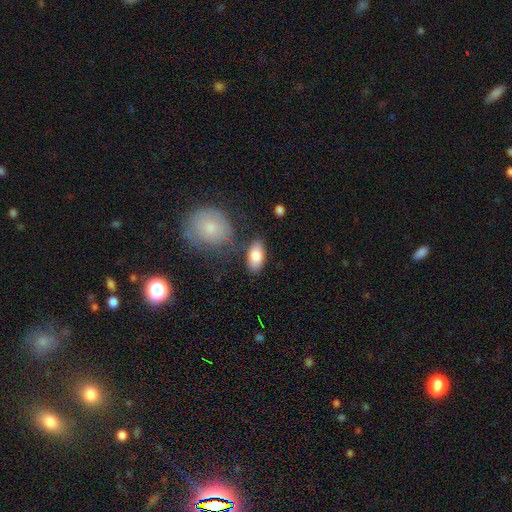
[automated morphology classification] Smooth or featured: smooth — 83% (featured or disk — 11%)
How rounded: in between — 92% (cigar-shaped — 4%)
Merging: none — 77% (minor disturbance — 13%)